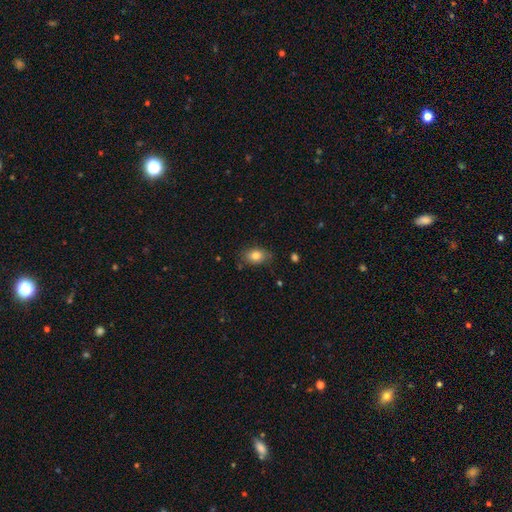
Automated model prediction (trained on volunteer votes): Morphology: type=smooth (81%); roundness=in between (80%); merging=none (79%).